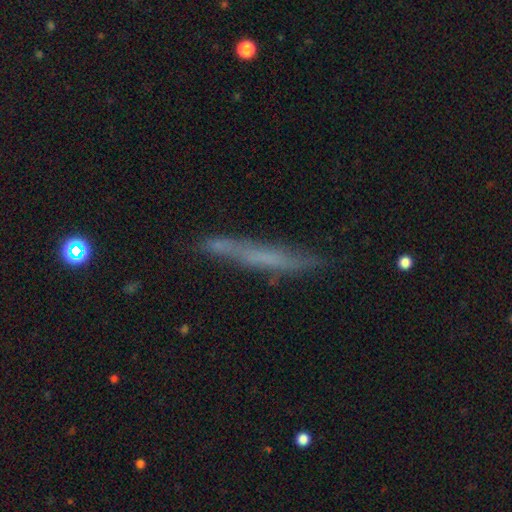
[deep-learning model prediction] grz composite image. It shows a featured or disk galaxy (47%). Merging: none (77%).